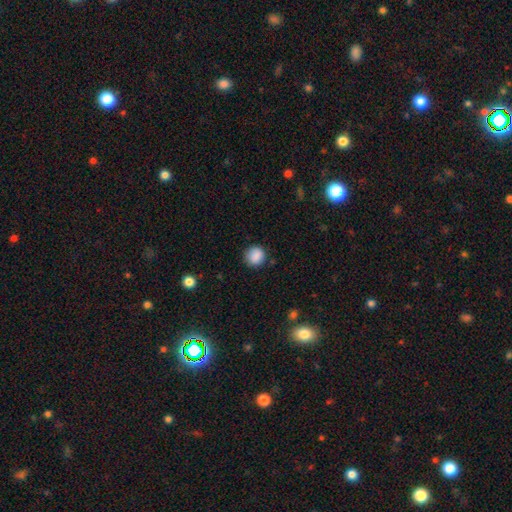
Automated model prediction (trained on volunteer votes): A smooth galaxy with no disk features (88%) that is round (88%).

Vote fractions:
- Smooth or featured? smooth: 88% / star or artifact: 9% / featured or disk: 3%
- How rounded? round: 88% / in between: 11% / cigar-shaped: 1%
- Merging? none: 88% / minor disturbance: 9% / major disturbance: 2% / merger: 1%